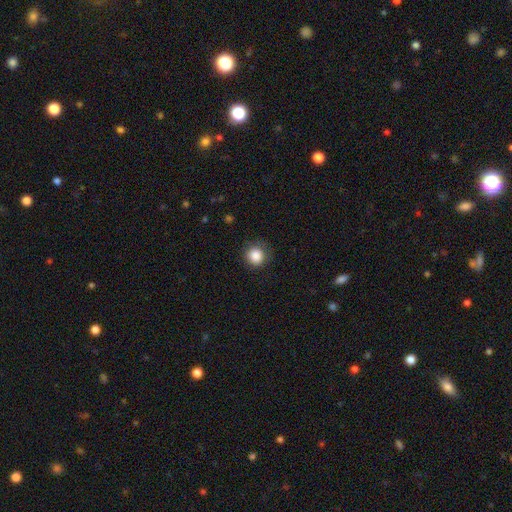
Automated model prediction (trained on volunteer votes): Smooth or featured: smooth — 86% (star or artifact — 10%)
How rounded: round — 90% (in between — 9%)
Merging: none — 81% (minor disturbance — 13%)